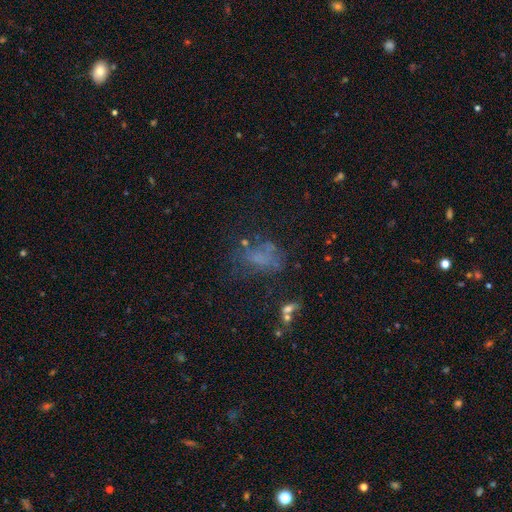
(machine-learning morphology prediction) Q: Smooth or featured?
A: smooth (40%); runner-up: featured or disk (32%)
Q: Merging?
A: none (44%); runner-up: major disturbance (28%)